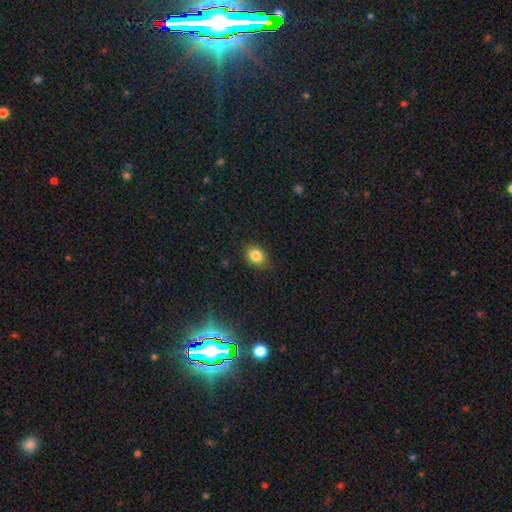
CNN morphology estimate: The model was most divided on "how rounded": in between: 51%, round: 48%, cigar-shaped: 1%. More confident: merging — none (84%); smooth or featured — smooth (84%).